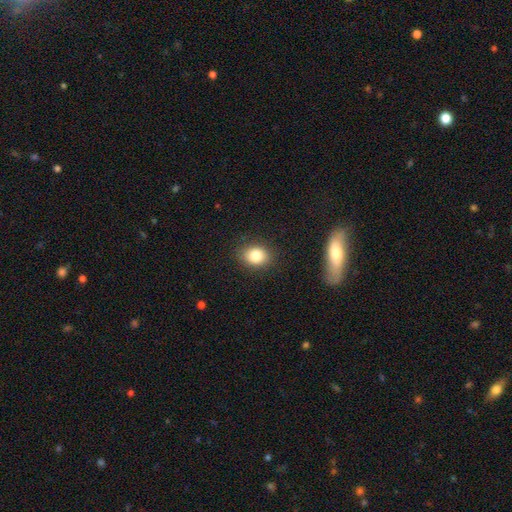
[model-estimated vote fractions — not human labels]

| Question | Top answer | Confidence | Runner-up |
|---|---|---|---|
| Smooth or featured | smooth | 82% | star or artifact (11%) |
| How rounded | in between | 51% | round (48%) |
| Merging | none | 87% | minor disturbance (9%) |